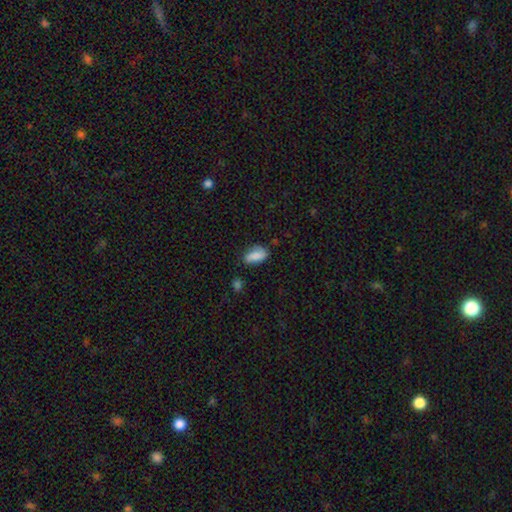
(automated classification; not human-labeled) A smooth galaxy with no disk features (83%) that is in between round and cigar-shaped (88%).

Vote fractions:
- Smooth or featured? smooth: 83% / featured or disk: 9% / star or artifact: 8%
- How rounded? in between: 88% / cigar-shaped: 9% / round: 4%
- Merging? none: 62% / minor disturbance: 28% / major disturbance: 7% / merger: 3%